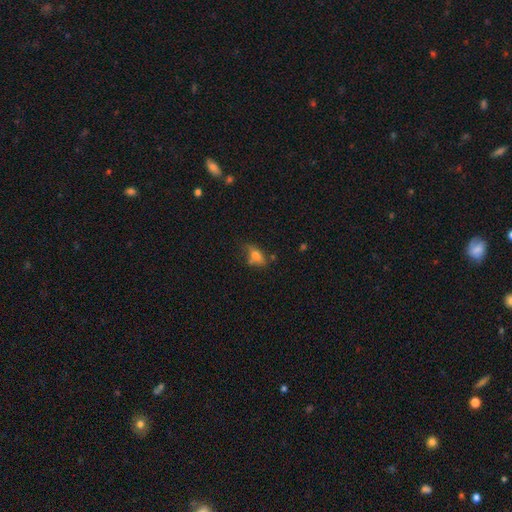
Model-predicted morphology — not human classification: Smooth or featured?
  - smooth: 68% *
  - featured or disk: 22%
  - star or artifact: 10%
How rounded?
  - in between: 78% *
  - cigar-shaped: 14%
  - round: 8%
Merging?
  - none: 53% *
  - minor disturbance: 27%
  - major disturbance: 10%
  - merger: 10%